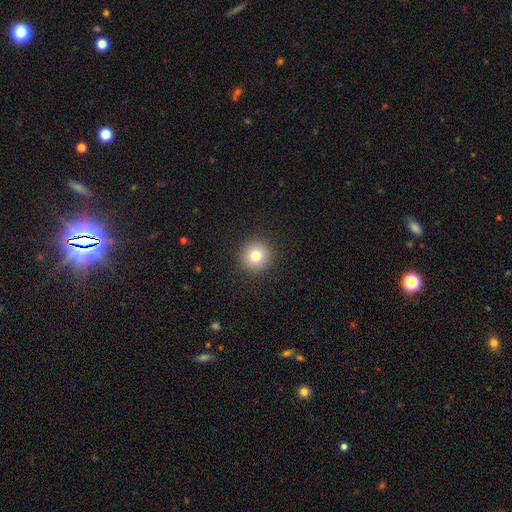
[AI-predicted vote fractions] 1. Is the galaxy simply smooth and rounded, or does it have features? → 80% smooth, 11% star or artifact, 9% featured or disk.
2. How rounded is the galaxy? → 95% round, 4% in between, 1% cigar-shaped.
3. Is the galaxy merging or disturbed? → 92% none, 5% minor disturbance, 2% major disturbance, 1% merger.